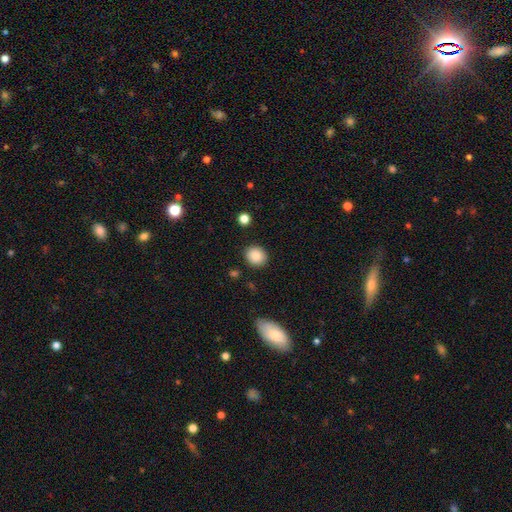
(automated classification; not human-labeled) A smooth galaxy with no disk features (85%) that is round (78%). Merging: none (89%).